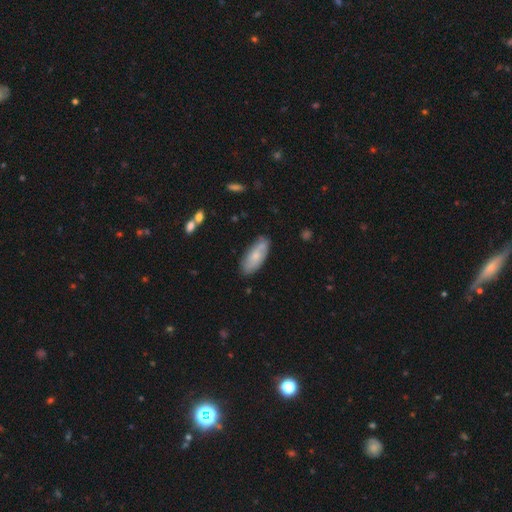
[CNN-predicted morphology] Smooth or featured?
  - smooth: 62% *
  - featured or disk: 32%
  - star or artifact: 6%
How rounded?
  - in between: 79% *
  - cigar-shaped: 19%
  - round: 2%
Merging?
  - none: 77% *
  - minor disturbance: 17%
  - major disturbance: 3%
  - merger: 2%